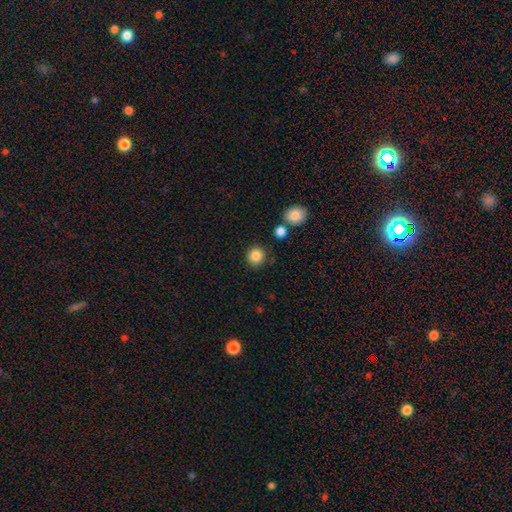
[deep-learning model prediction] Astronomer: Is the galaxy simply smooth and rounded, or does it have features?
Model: smooth — 86%.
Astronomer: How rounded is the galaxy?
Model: round — 91%.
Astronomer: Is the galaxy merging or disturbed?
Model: none — 86%.